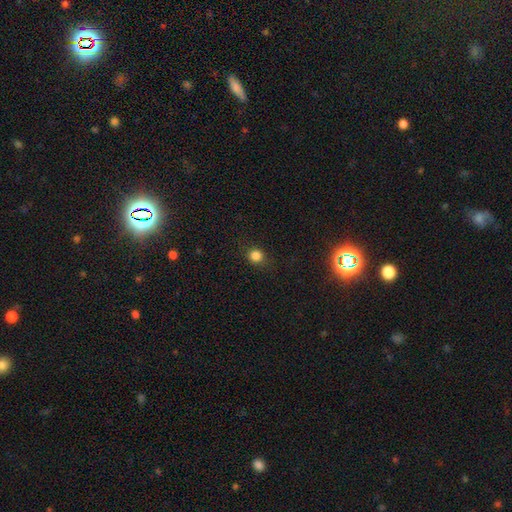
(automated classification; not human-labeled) Smooth or featured? Predicted: smooth (p=0.82). How rounded? Predicted: round (p=0.83). Merging? Predicted: none (p=0.86).